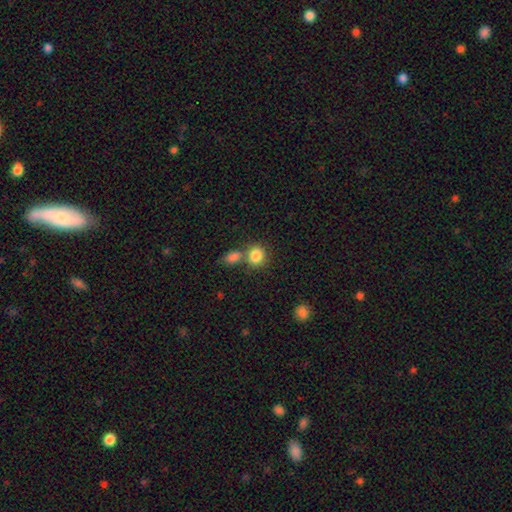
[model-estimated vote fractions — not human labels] Smooth or featured?
  - smooth: 84% *
  - star or artifact: 9%
  - featured or disk: 6%
How rounded?
  - round: 72% *
  - in between: 27%
  - cigar-shaped: 1%
Merging?
  - none: 50% *
  - merger: 37%
  - minor disturbance: 10%
  - major disturbance: 4%